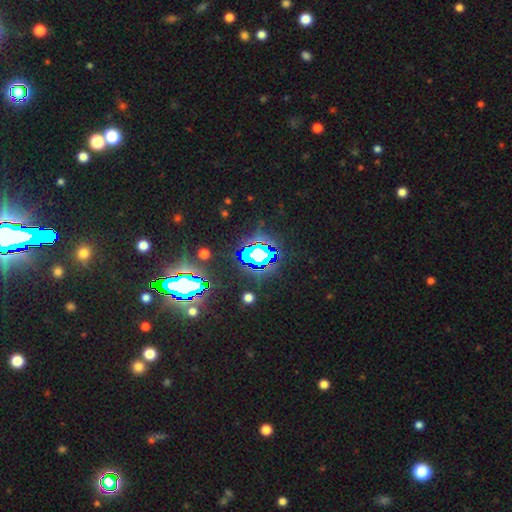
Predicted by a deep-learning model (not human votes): The model was most divided on "smooth or featured": star or artifact: 85%, smooth: 9%, featured or disk: 7%.